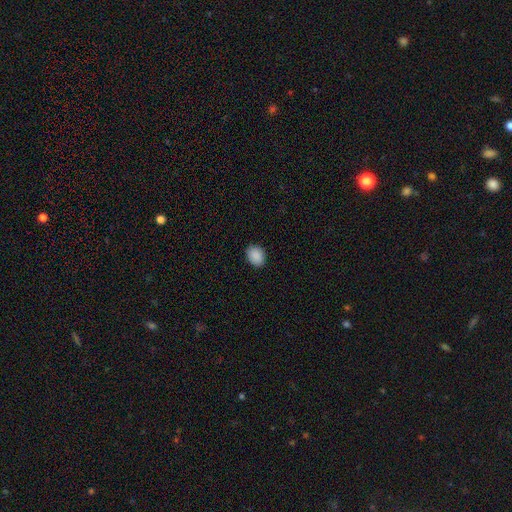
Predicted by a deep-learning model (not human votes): Morphology: type=smooth (90%); roundness=in between (56%); merging=none (87%).